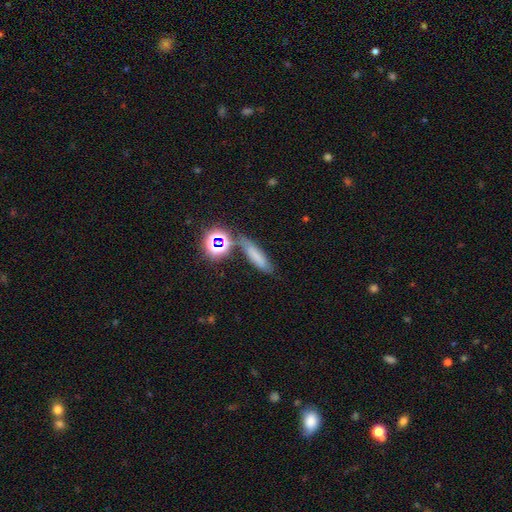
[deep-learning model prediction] Smooth or featured?
  - smooth: 65% *
  - star or artifact: 22%
  - featured or disk: 13%
How rounded?
  - cigar-shaped: 65% *
  - in between: 27%
  - round: 8%
Merging?
  - none: 68% *
  - minor disturbance: 15%
  - merger: 12%
  - major disturbance: 6%